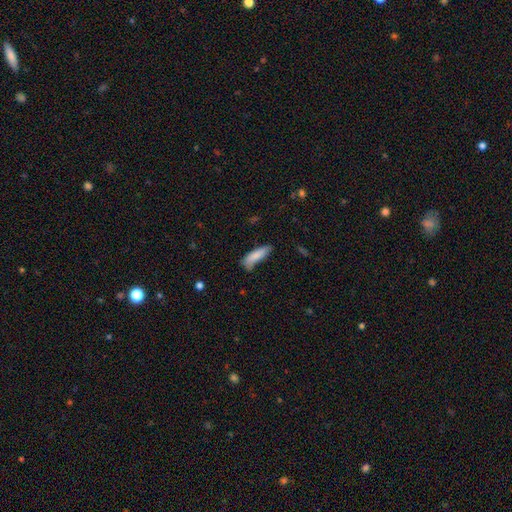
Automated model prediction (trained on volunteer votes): A smooth galaxy with no disk features (84%) that is cigar-shaped (57%).

Vote fractions:
- Smooth or featured? smooth: 84% / featured or disk: 10% / star or artifact: 7%
- How rounded? cigar-shaped: 57% / in between: 42% / round: 2%
- Merging? none: 55% / minor disturbance: 33% / major disturbance: 9% / merger: 4%